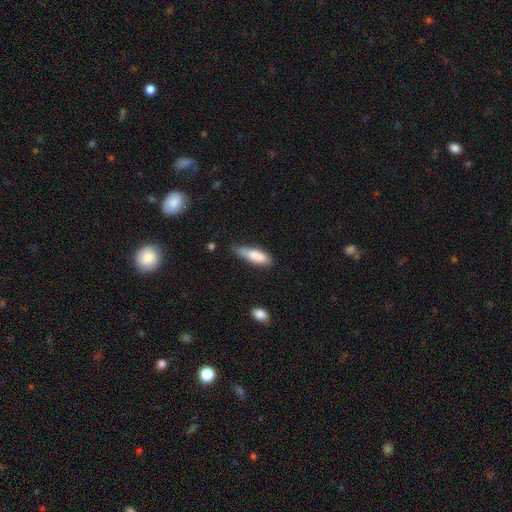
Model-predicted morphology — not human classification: The model was most divided on "how rounded": cigar-shaped: 54%, in between: 44%, round: 2%. More confident: smooth or featured — smooth (81%); merging — none (55%).